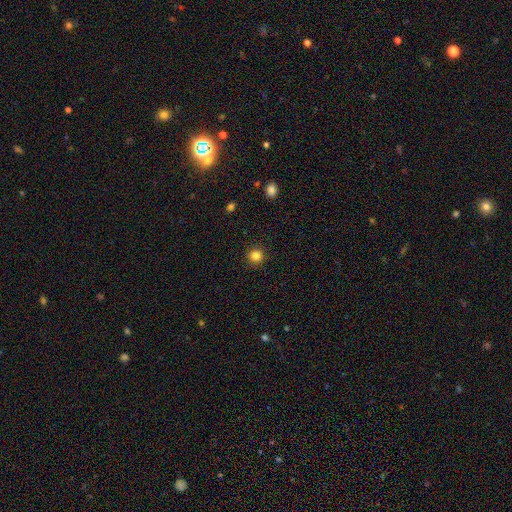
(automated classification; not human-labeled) A smooth galaxy with no disk features (83%) that is round (94%).

Vote fractions:
- Smooth or featured? smooth: 83% / star or artifact: 12% / featured or disk: 4%
- How rounded? round: 94% / in between: 6% / cigar-shaped: 1%
- Merging? none: 91% / minor disturbance: 6% / major disturbance: 2% / merger: 1%